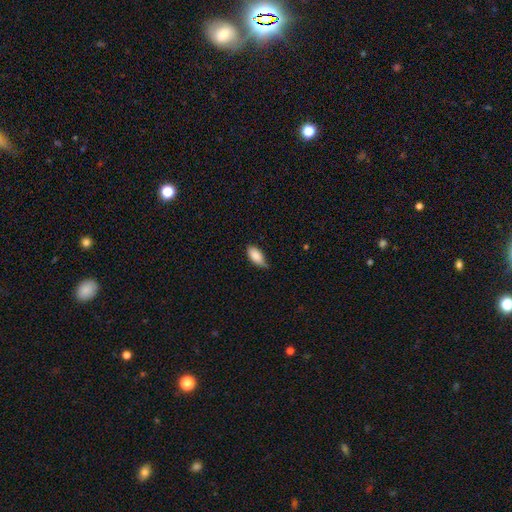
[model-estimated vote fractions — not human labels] This is clearly a smooth galaxy (86%). How rounded: clearly in between (92%). Merging: possibly none (59%).